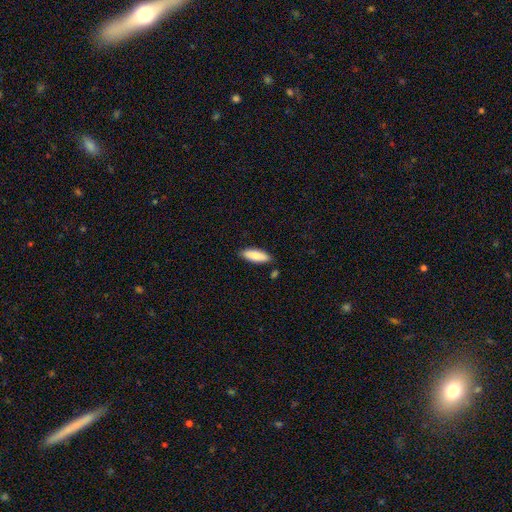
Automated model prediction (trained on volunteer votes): Q: Smooth or featured?
A: smooth (85%); runner-up: featured or disk (10%)
Q: How rounded?
A: in between (63%); runner-up: cigar-shaped (35%)
Q: Merging?
A: none (85%); runner-up: minor disturbance (11%)